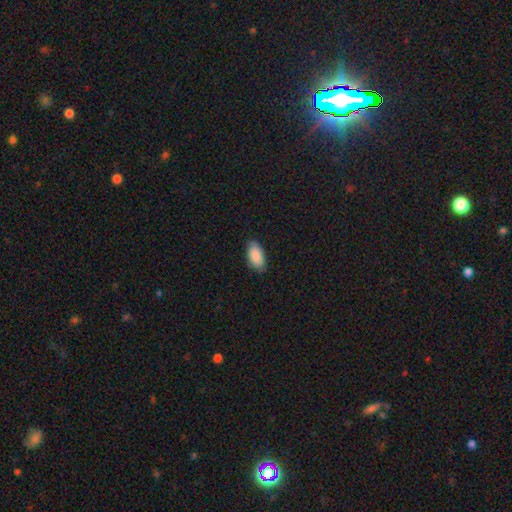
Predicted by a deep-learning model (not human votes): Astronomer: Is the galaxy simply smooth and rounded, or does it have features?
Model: smooth — 90%.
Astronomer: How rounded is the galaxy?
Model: in between — 93%.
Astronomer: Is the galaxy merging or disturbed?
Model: none — 84%.